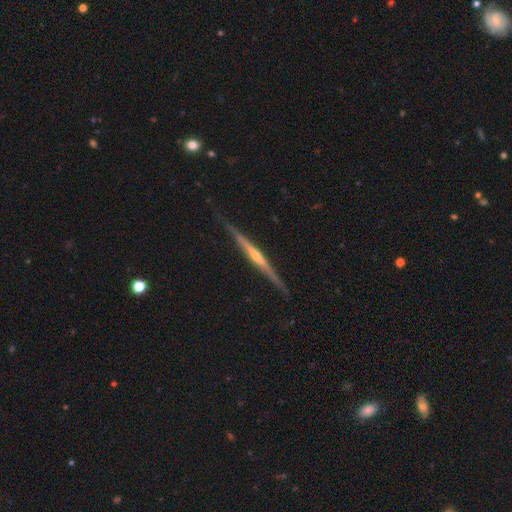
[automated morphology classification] featured or disk 83%, smooth 12%, star or artifact 5%. Down the decision tree: edge-on disk — yes (98%); edge-on bulge — rounded (72%); merging — none (87%).